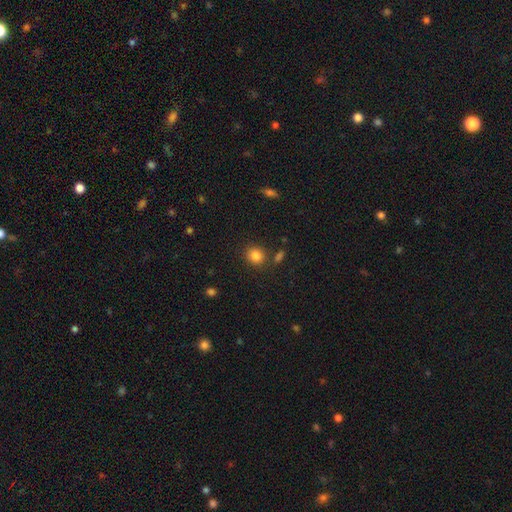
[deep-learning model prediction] Smooth or featured: smooth — 84% (star or artifact — 11%)
How rounded: round — 75% (in between — 24%)
Merging: none — 82% (minor disturbance — 9%)